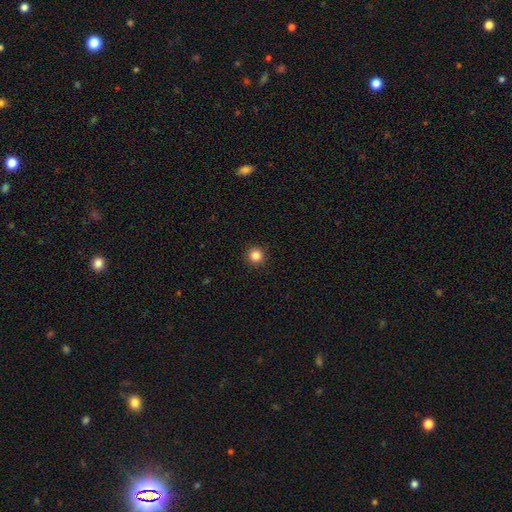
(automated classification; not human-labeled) This is clearly a smooth galaxy (84%). How rounded: clearly round (96%). Merging: clearly none (93%).